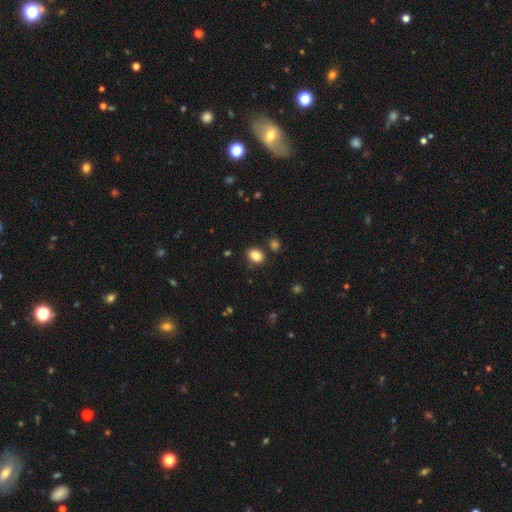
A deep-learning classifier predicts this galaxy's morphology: This is clearly a smooth galaxy (85%). How rounded: possibly in between (58%). Merging: clearly none (84%).